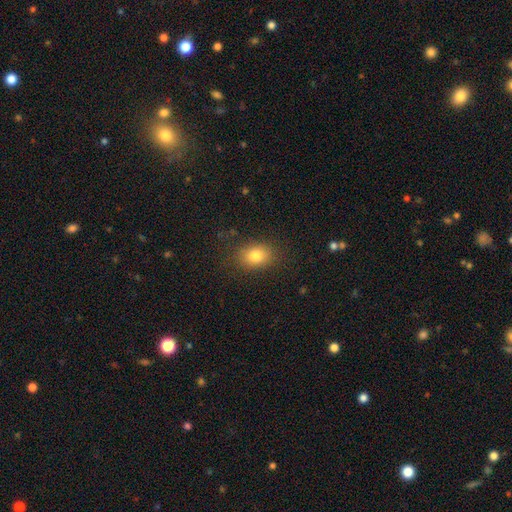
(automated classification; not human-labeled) Smooth or featured: smooth — 81% (star or artifact — 11%)
How rounded: in between — 70% (round — 29%)
Merging: none — 84% (minor disturbance — 11%)